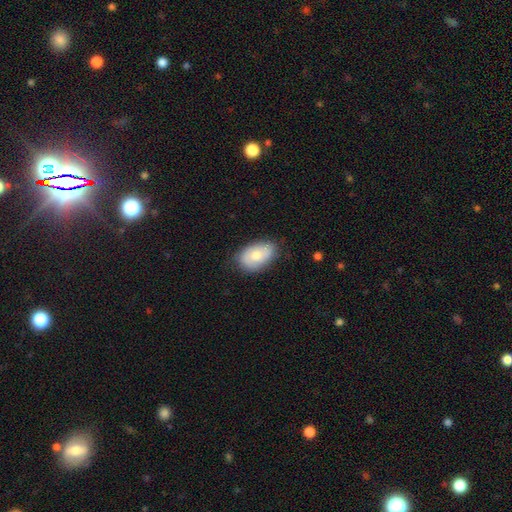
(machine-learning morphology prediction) Smooth or featured? smooth (67%)
How rounded? in between (89%)
Merging? none (76%)